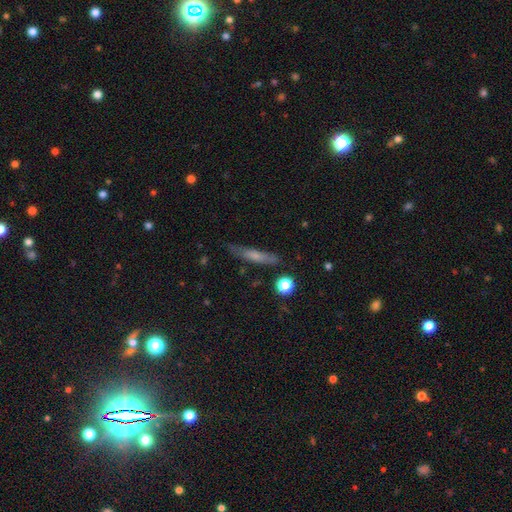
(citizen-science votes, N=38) Smooth or featured? smooth (58%)
How rounded? cigar-shaped (95%)
Merging? none (79%)